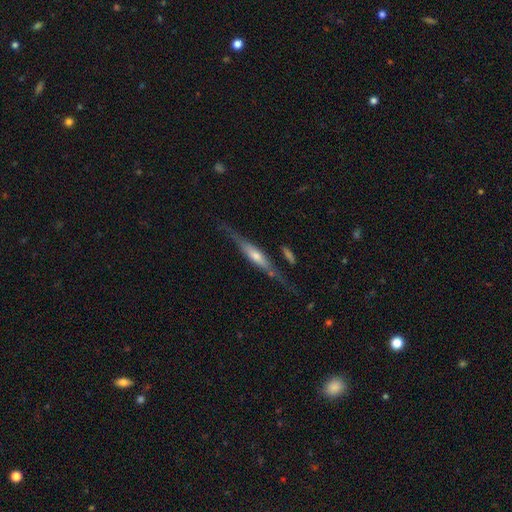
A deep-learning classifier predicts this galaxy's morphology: The model was most divided on "edge-on bulge": rounded: 67%, boxy: 18%, none: 15%. More confident: edge-on disk — yes (93%); smooth or featured — featured or disk (77%); merging — none (74%).